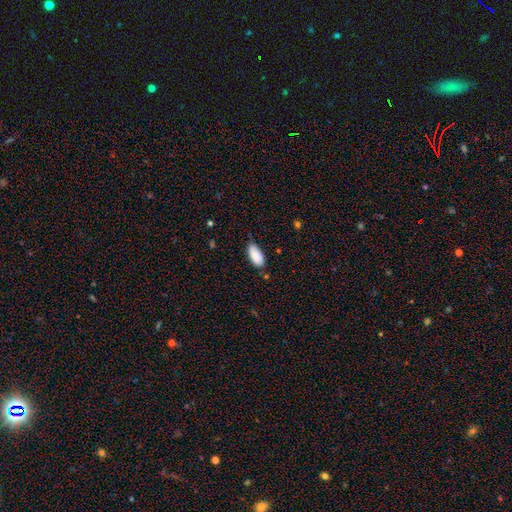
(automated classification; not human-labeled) This appears to be a smooth galaxy with no disk features (88%) that is in between round and cigar-shaped (90%). Merging: none (71%).